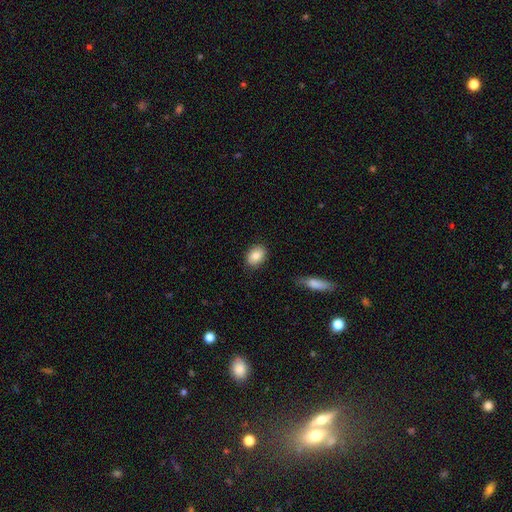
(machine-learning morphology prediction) Smooth or featured? smooth (84%)
How rounded? in between (76%)
Merging? none (85%)